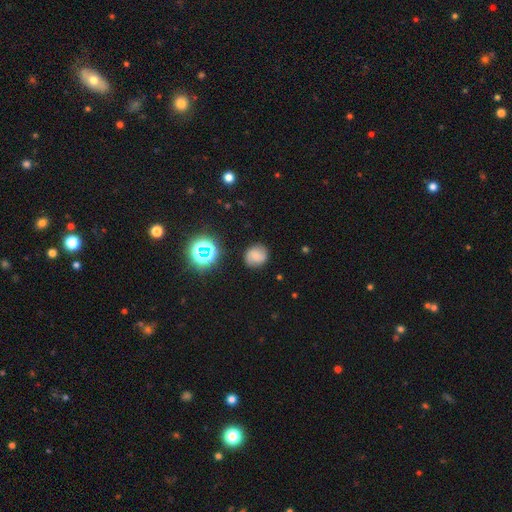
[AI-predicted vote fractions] Smooth or featured? smooth (47%)
Merging? none (82%)